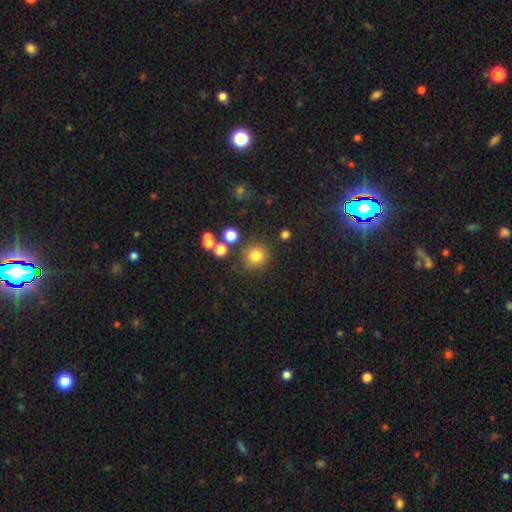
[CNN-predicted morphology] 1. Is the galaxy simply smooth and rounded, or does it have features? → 79% smooth, 15% star or artifact, 7% featured or disk.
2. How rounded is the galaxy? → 92% round, 7% in between, 1% cigar-shaped.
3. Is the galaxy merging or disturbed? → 80% none, 9% minor disturbance, 6% merger, 4% major disturbance.